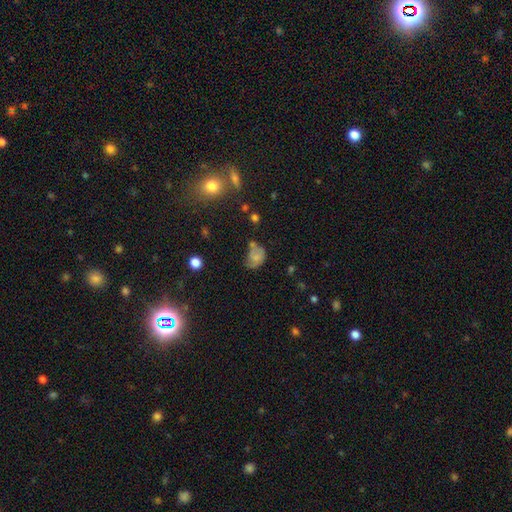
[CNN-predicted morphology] smooth-or-featured: smooth: 60% | featured or disk: 25% | star or artifact: 14%
  how-rounded: in between: 62% | round: 36% | cigar-shaped: 1%
  merging: none: 33% | minor disturbance: 32% | major disturbance: 23% | merger: 12%